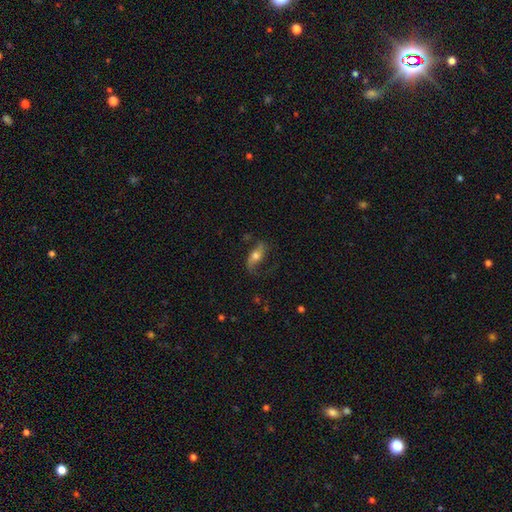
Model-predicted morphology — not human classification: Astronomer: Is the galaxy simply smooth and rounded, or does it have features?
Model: featured or disk — 60%.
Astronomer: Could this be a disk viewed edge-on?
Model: no — 80%.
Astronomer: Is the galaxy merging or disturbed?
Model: none — 63%.